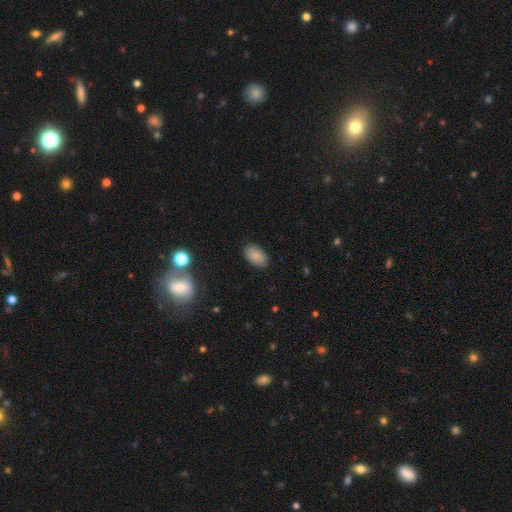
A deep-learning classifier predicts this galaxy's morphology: smooth 85%, star or artifact 9%, featured or disk 7%. Down the decision tree: how rounded — in between (92%); merging — none (86%).